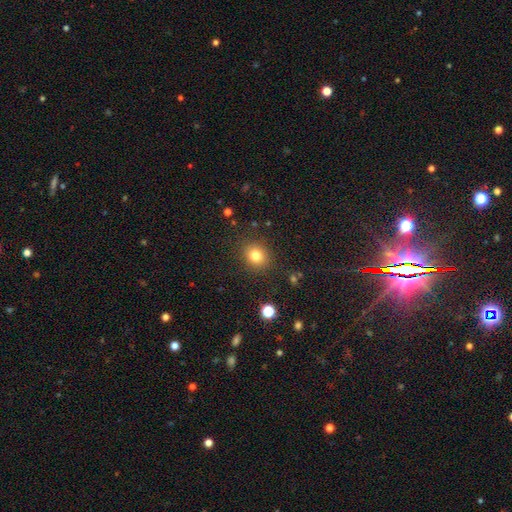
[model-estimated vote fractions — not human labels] smooth 80%, star or artifact 13%, featured or disk 7%. Down the decision tree: how rounded — round (72%); merging — none (87%).